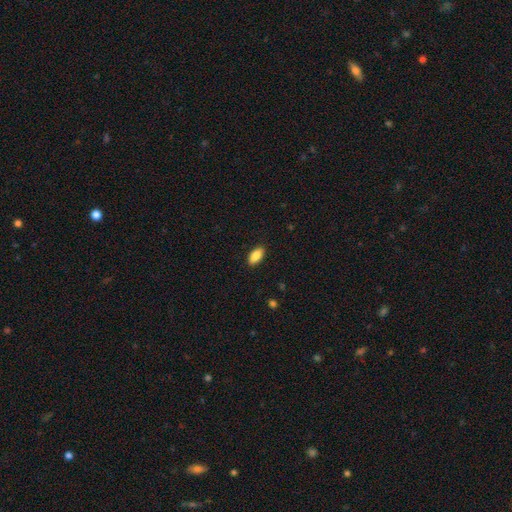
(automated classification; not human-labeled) Q: Smooth or featured?
A: smooth (89%); runner-up: star or artifact (7%)
Q: How rounded?
A: in between (91%); runner-up: cigar-shaped (6%)
Q: Merging?
A: none (89%); runner-up: minor disturbance (8%)